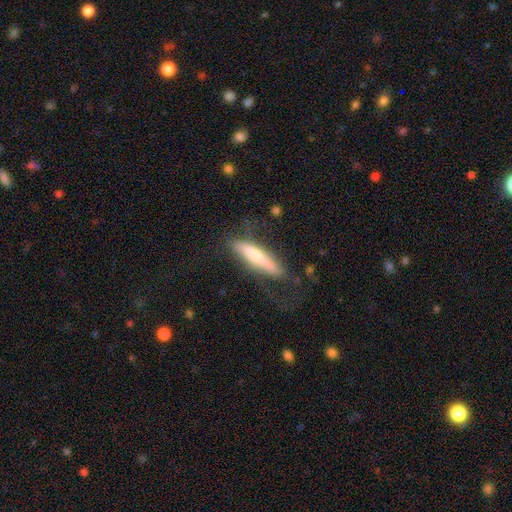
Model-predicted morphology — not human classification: A smooth galaxy with no disk features (48%). Merging: none (69%).